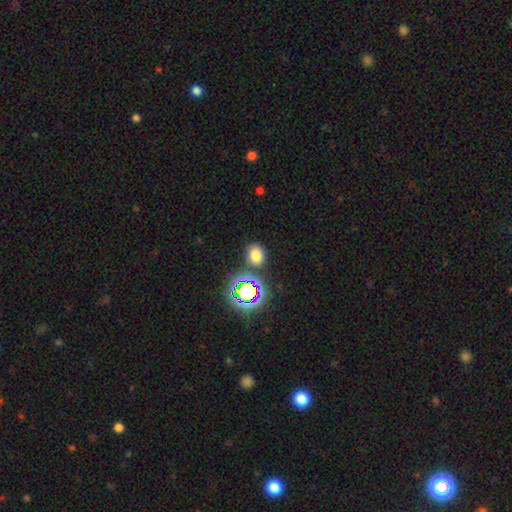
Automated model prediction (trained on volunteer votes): Smooth or featured? Predicted: smooth (p=0.71). How rounded? Predicted: round (p=0.52). Merging? Predicted: none (p=0.79).